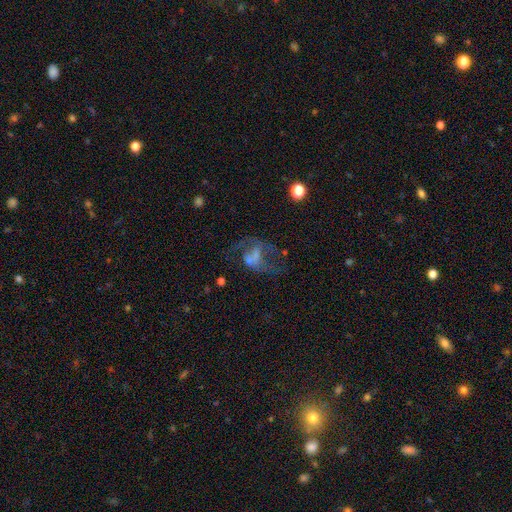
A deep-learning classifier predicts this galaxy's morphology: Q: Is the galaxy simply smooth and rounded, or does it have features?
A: featured or disk — 56%.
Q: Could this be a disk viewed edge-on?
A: no — 96%.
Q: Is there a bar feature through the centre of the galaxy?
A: no — 62%.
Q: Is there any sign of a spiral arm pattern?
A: no — 57%.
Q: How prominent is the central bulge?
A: none — 43%.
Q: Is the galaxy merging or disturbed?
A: major disturbance — 36%.